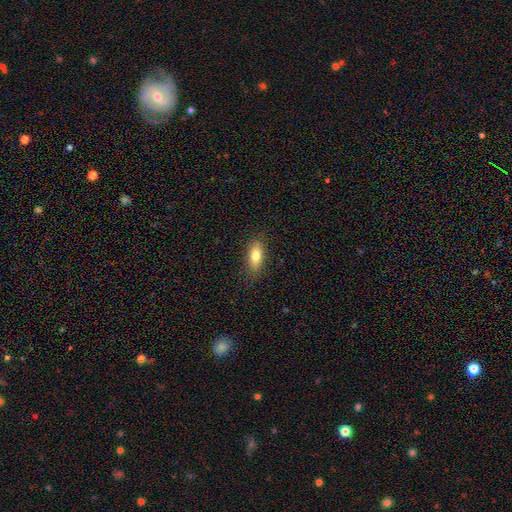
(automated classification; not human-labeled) Smooth or featured: smooth — 76% (featured or disk — 16%)
How rounded: in between — 78% (cigar-shaped — 18%)
Merging: none — 83% (minor disturbance — 13%)